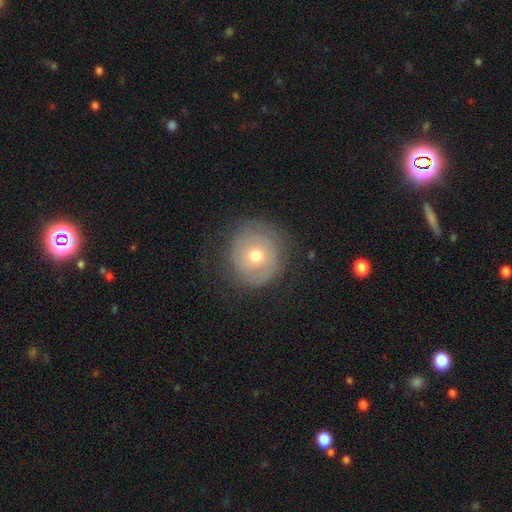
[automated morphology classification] type=smooth (51%); roundness=round (91%); merging=none (74%).